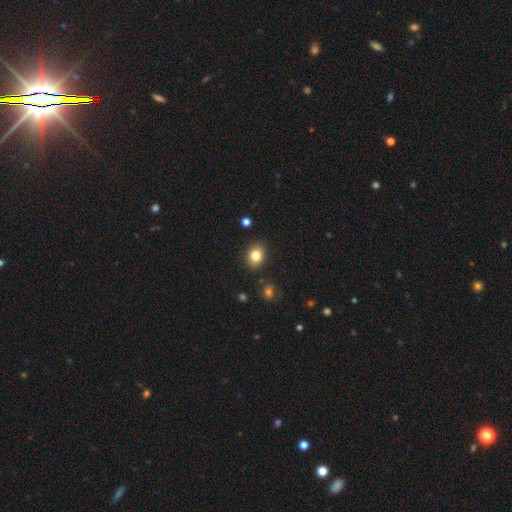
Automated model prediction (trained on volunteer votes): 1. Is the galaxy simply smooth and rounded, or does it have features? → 82% smooth, 10% star or artifact, 8% featured or disk.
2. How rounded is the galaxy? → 52% in between, 47% round, 1% cigar-shaped.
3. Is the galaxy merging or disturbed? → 88% none, 8% minor disturbance, 2% major disturbance, 2% merger.